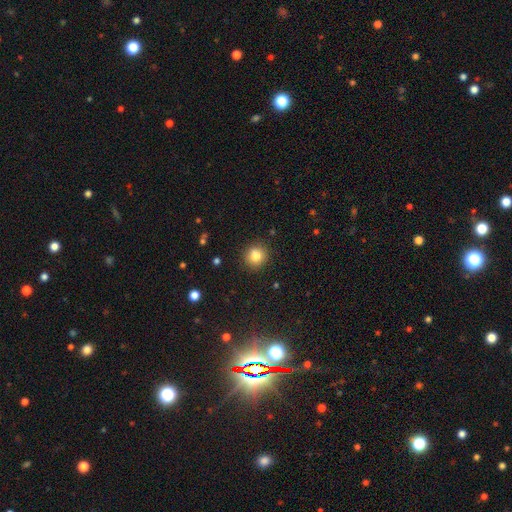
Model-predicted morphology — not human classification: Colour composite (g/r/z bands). It shows a smooth galaxy with no disk features (83%) that is round (90%). Merging: none (89%).